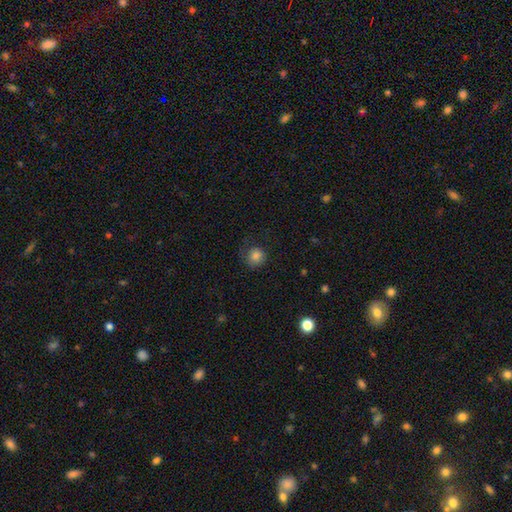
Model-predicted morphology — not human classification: smooth 82%, star or artifact 10%, featured or disk 8%. Down the decision tree: how rounded — round (91%); merging — none (70%).